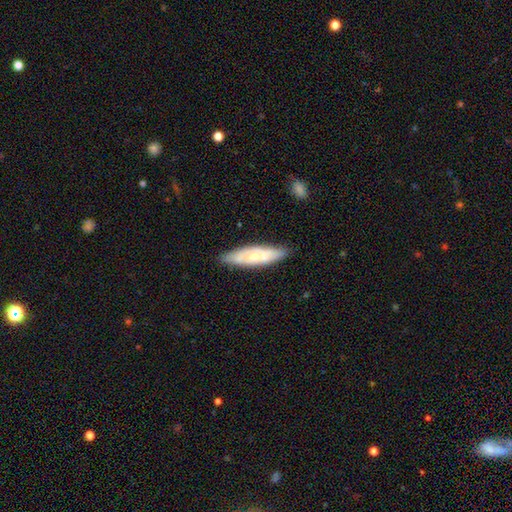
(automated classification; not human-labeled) smooth_or_featured: smooth (p=0.51) [alt: featured or disk p=0.43]
how_rounded: cigar-shaped (p=0.56) [alt: in between p=0.42]
merging: none (p=0.80) [alt: minor disturbance p=0.15]